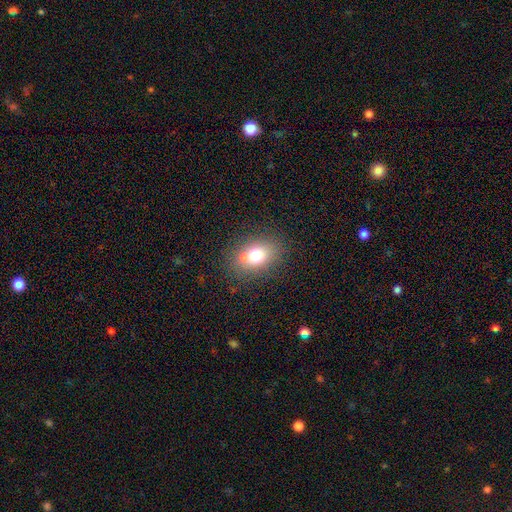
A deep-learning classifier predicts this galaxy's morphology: Overall: smooth (70%). How rounded: in between (68%; round 31%). Merging: none (66%).